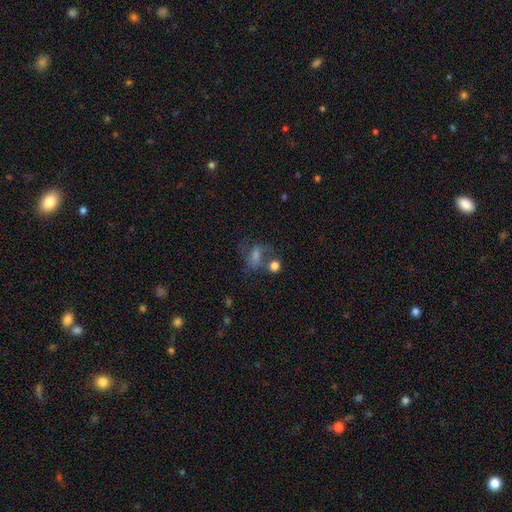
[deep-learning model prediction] smooth_or_featured: smooth (p=0.50) [alt: featured or disk p=0.30]
merging: none (p=0.34) [alt: major disturbance p=0.24]